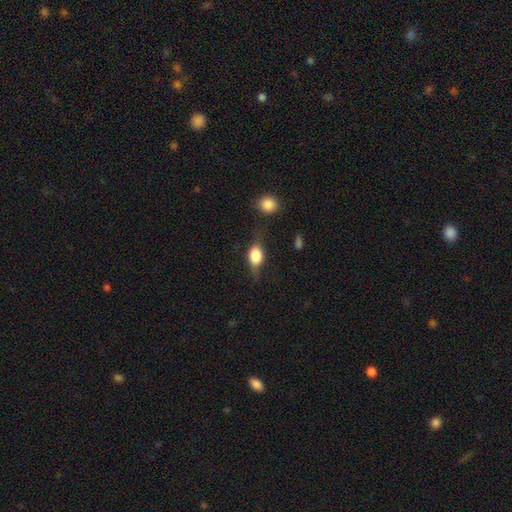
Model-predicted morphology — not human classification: A smooth galaxy with no disk features (64%) that is in between round and cigar-shaped (72%).

Vote fractions:
- Smooth or featured? smooth: 64% / featured or disk: 27% / star or artifact: 9%
- How rounded? in between: 72% / round: 21% / cigar-shaped: 6%
- Merging? none: 53% / minor disturbance: 28% / major disturbance: 14% / merger: 4%